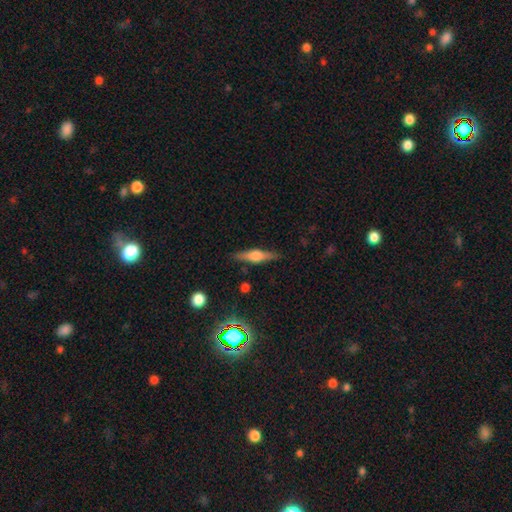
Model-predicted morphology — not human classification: Smooth or featured: featured or disk — 62% (smooth — 31%)
Edge-on disk: yes — 96% (no — 4%)
Edge-on bulge: rounded — 85% (boxy — 12%)
Merging: none — 87% (minor disturbance — 9%)